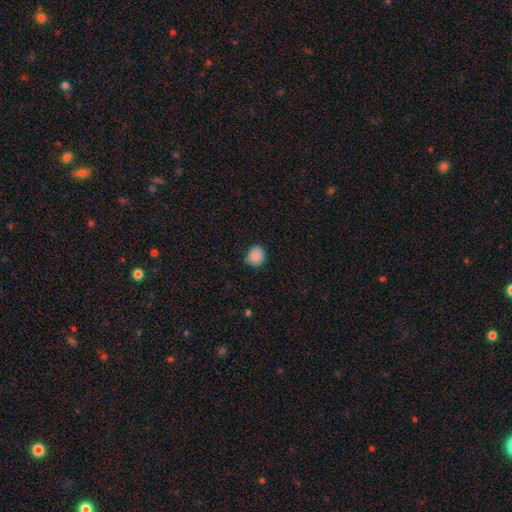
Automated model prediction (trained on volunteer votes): smooth_or_featured: smooth (p=0.87) [alt: star or artifact p=0.09]
how_rounded: round (p=0.80) [alt: in between p=0.19]
merging: none (p=0.75) [alt: minor disturbance p=0.20]